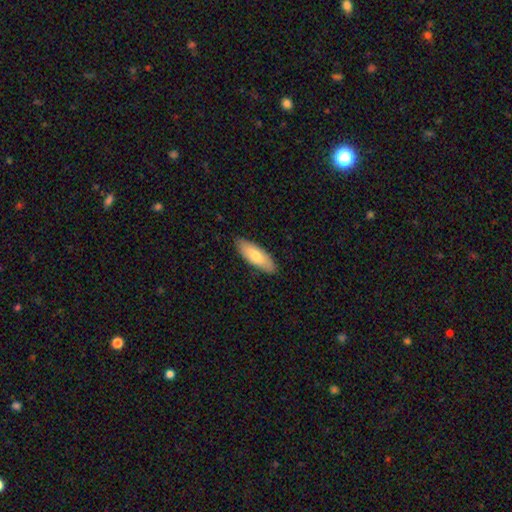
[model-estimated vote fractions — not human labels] smooth-or-featured: smooth: 74% | featured or disk: 21% | star or artifact: 5%
  how-rounded: in between: 68% | cigar-shaped: 30% | round: 2%
  merging: none: 85% | minor disturbance: 12% | major disturbance: 2% | merger: 1%